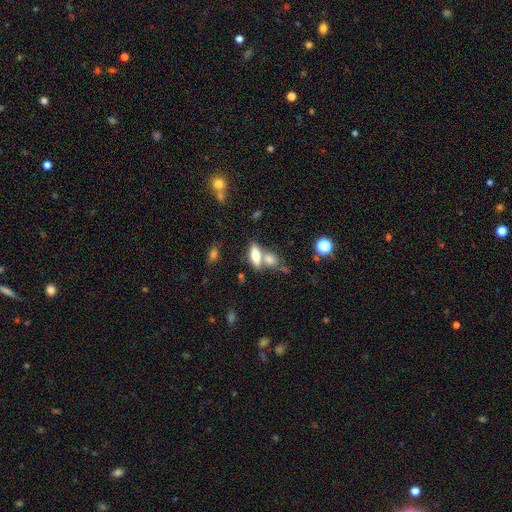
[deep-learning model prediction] Morphology: type=smooth (70%); roundness=in between (65%); merging=none (46%).